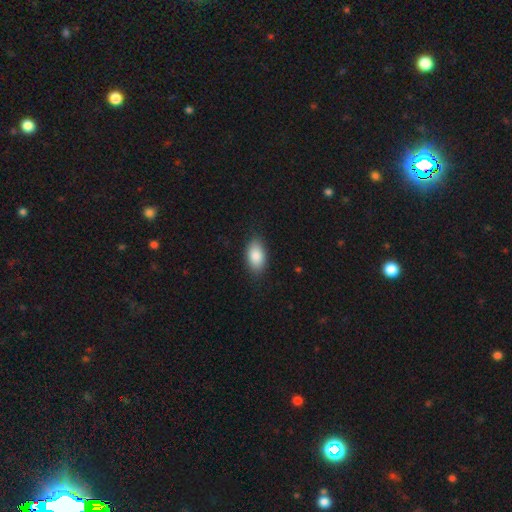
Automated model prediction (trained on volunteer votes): Smooth or featured: smooth — 87% (featured or disk — 7%)
How rounded: in between — 93% (round — 5%)
Merging: none — 85% (minor disturbance — 11%)